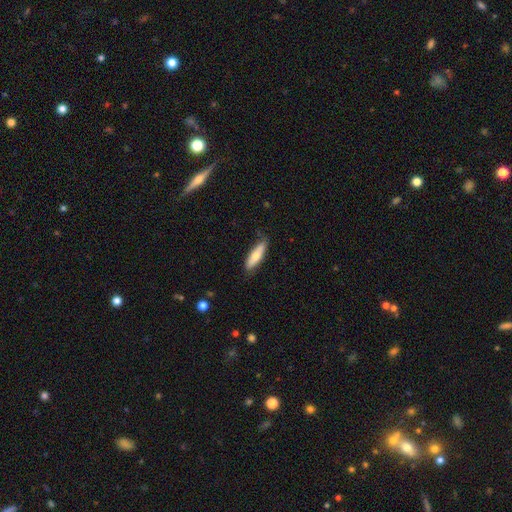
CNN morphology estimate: Overall: smooth (66%; featured or disk 28%). How rounded: cigar-shaped (62%; in between 36%). Merging: none (79%).